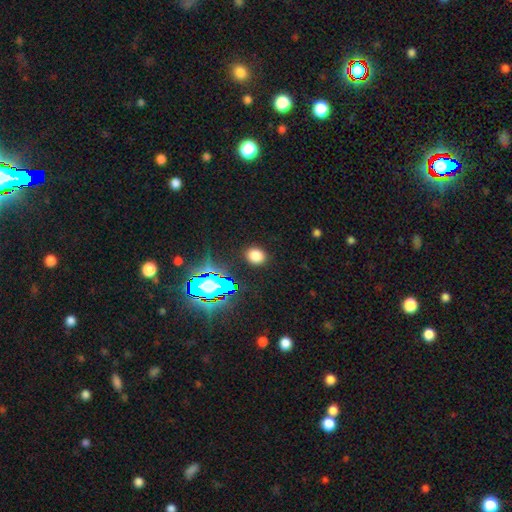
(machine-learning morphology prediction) This appears to be a smooth galaxy with no disk features (75%) that is round (53%). Merging: none (87%).